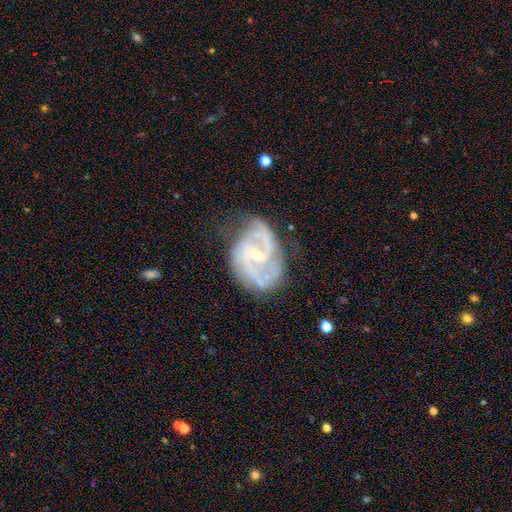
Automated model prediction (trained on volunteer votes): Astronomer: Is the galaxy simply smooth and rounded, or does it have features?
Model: featured or disk — 88%.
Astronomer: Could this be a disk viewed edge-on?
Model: no — 97%.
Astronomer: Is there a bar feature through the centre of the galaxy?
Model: weak — 47% (runner-up: no, 38%).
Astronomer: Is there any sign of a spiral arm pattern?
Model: yes — 96%.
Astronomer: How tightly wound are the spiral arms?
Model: medium — 49% (runner-up: tight, 38%).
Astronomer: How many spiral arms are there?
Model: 2 — 61%.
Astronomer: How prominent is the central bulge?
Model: small — 66%.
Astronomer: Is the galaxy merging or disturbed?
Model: none — 57%.